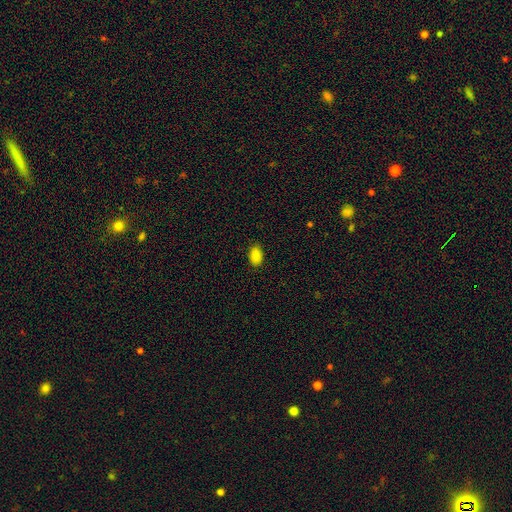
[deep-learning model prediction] This is clearly a smooth galaxy (86%). How rounded: clearly in between (90%). Merging: clearly none (87%).